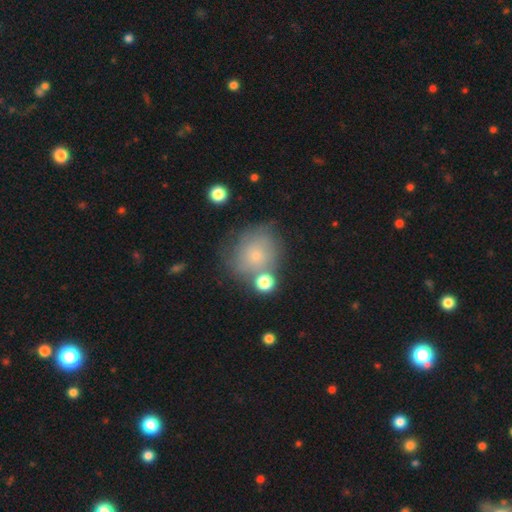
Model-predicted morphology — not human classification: smooth_or_featured: smooth (p=0.56) [alt: featured or disk p=0.32]
how_rounded: round (p=0.80) [alt: in between p=0.19]
merging: none (p=0.59) [alt: minor disturbance p=0.20]